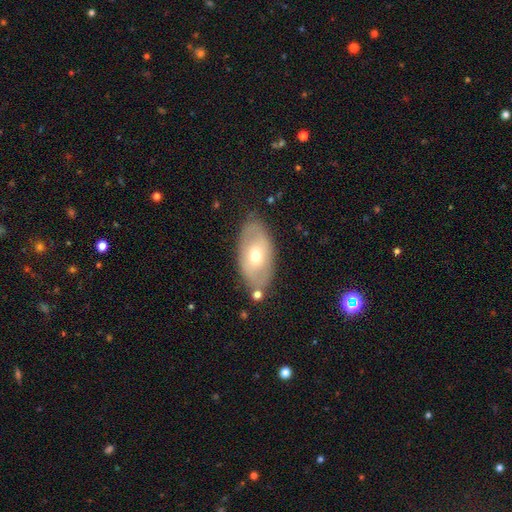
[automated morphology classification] Smooth or featured? smooth (50%)
Merging? none (78%)